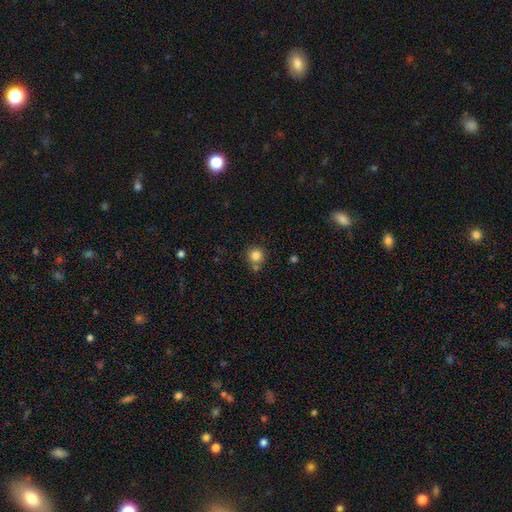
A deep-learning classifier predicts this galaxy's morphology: smooth_or_featured: smooth (p=0.83) [alt: star or artifact p=0.11]
how_rounded: round (p=0.93) [alt: in between p=0.06]
merging: none (p=0.72) [alt: merger p=0.15]